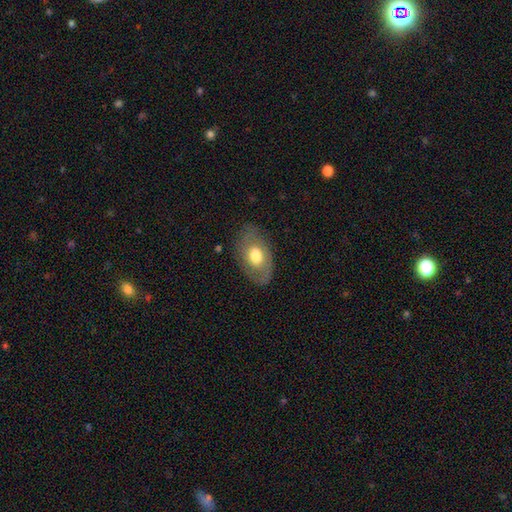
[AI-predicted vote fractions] Smooth or featured? smooth (52%)
How rounded? in between (88%)
Merging? none (77%)